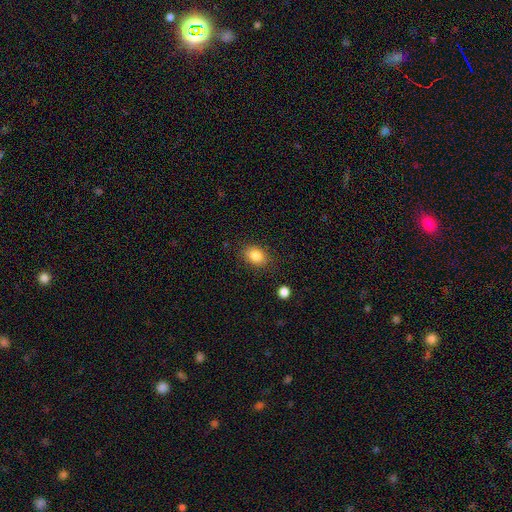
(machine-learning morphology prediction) Overall: smooth (85%). How rounded: in between (74%). Merging: none (84%).